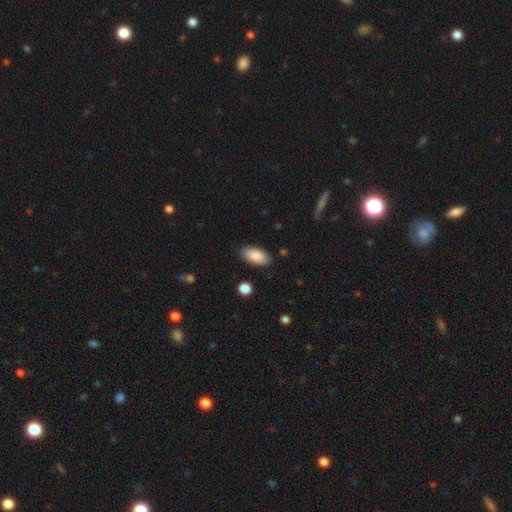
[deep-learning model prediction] This appears to be a smooth galaxy with no disk features (86%) that is in between round and cigar-shaped (93%). Merging: none (86%).